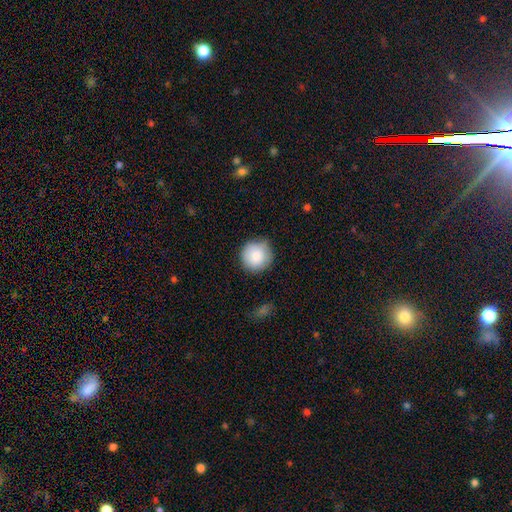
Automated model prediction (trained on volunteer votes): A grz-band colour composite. It shows a smooth galaxy with no disk features (86%) that is round (95%). Merging: none (80%).